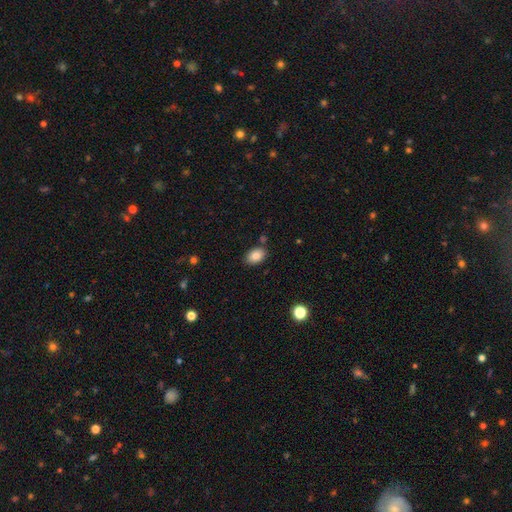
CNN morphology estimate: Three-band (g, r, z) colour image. It shows a smooth galaxy with no disk features (85%) that is in between round and cigar-shaped (85%). Merging: none (82%).